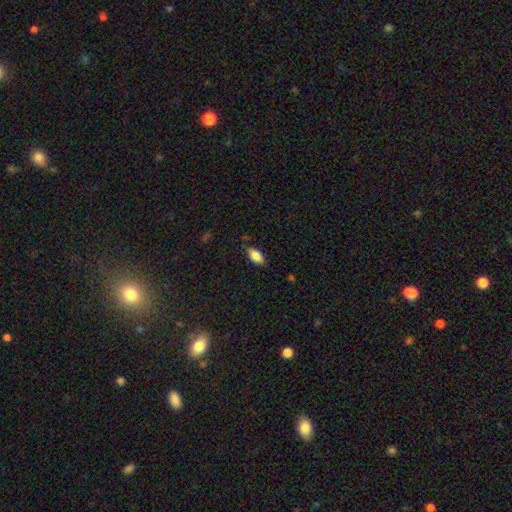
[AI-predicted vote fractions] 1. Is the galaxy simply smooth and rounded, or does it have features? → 82% smooth, 10% featured or disk, 7% star or artifact.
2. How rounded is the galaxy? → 90% in between, 7% cigar-shaped, 3% round.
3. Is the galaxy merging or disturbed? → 81% none, 15% minor disturbance, 3% major disturbance, 1% merger.